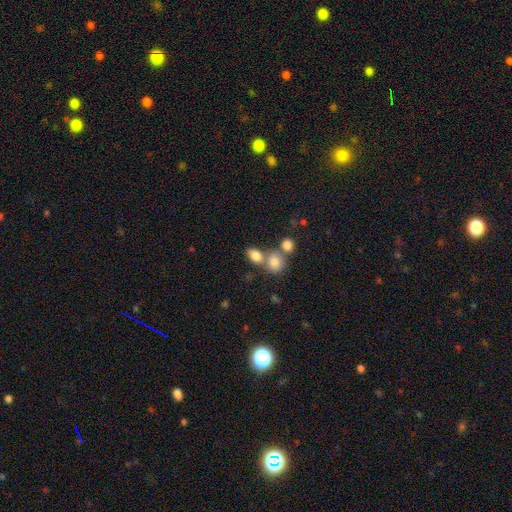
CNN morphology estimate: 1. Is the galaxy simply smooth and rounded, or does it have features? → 81% smooth, 11% star or artifact, 9% featured or disk.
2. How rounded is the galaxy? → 70% in between, 28% round, 2% cigar-shaped.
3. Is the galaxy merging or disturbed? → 45% none, 41% merger, 10% minor disturbance, 4% major disturbance.